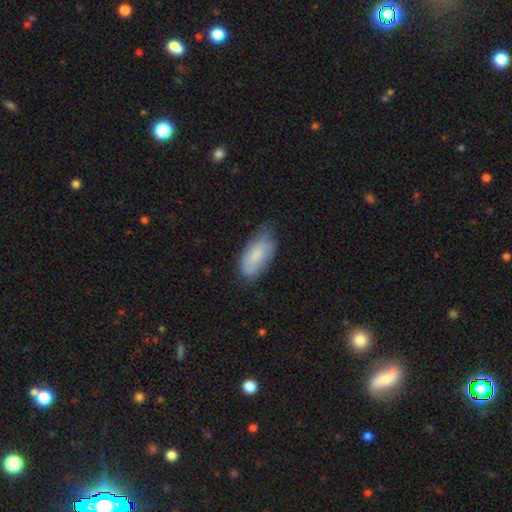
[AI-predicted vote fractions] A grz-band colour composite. It shows a smooth galaxy with no disk features (72%) that is in between round and cigar-shaped (90%). Merging: none (59%).